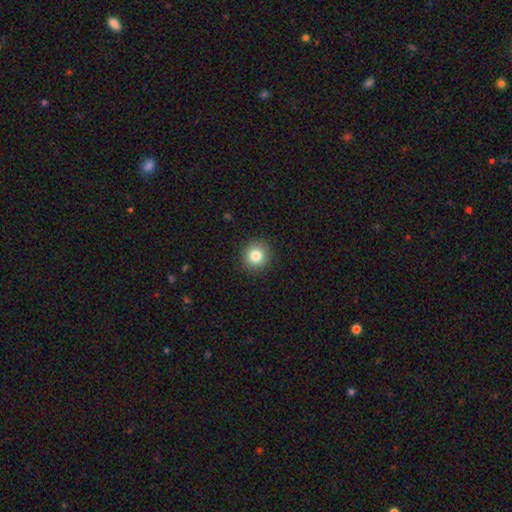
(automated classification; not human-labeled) Overall: smooth (83%). How rounded: round (91%). Merging: none (91%).